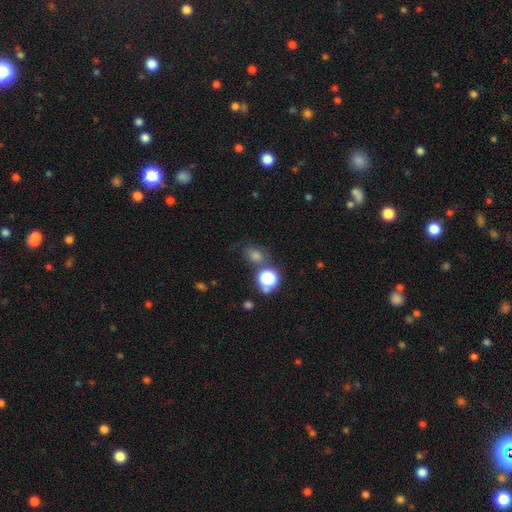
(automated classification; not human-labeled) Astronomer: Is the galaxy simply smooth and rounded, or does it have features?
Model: smooth — 61%.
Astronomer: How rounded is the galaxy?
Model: round — 49%, tied with in between at 49%.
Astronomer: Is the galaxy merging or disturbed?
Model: none — 61%.